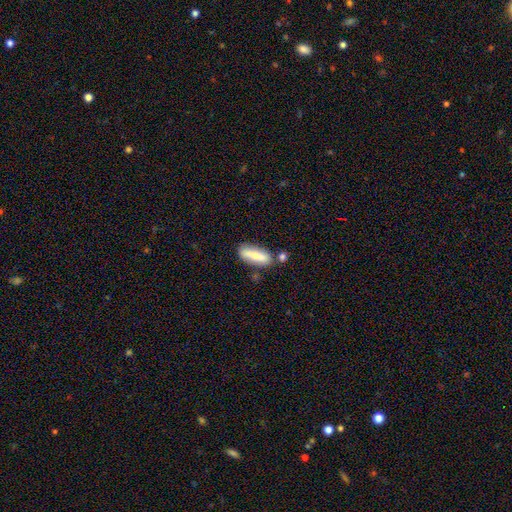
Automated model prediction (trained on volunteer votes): A smooth galaxy with no disk features (75%) that is in between round and cigar-shaped (50%).

Vote fractions:
- Smooth or featured? smooth: 75% / featured or disk: 19% / star or artifact: 7%
- How rounded? in between: 50% / cigar-shaped: 47% / round: 2%
- Merging? none: 70% / minor disturbance: 16% / merger: 10% / major disturbance: 4%